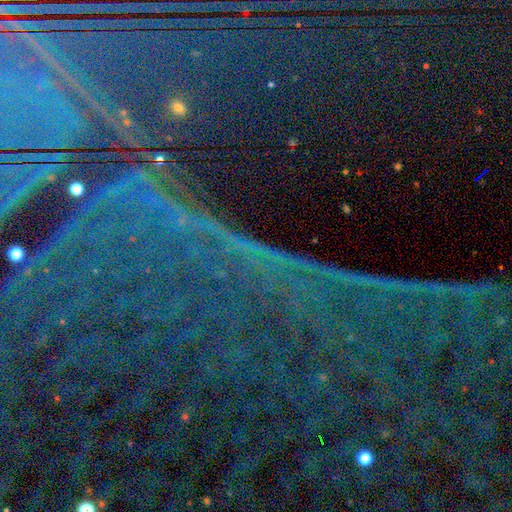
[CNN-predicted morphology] star or artifact 86%, featured or disk 8%, smooth 6%.